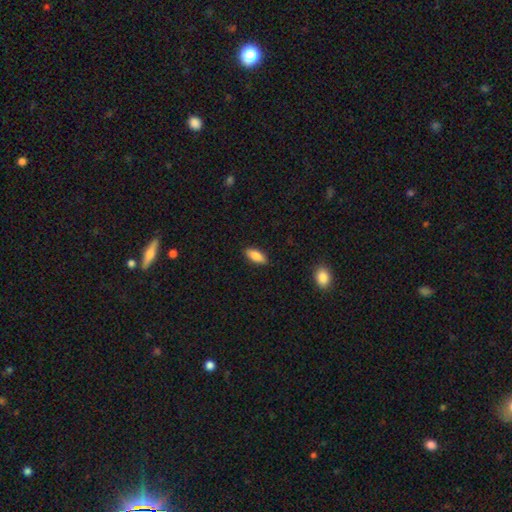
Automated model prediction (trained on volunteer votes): smooth 85%, featured or disk 8%, star or artifact 6%. Down the decision tree: how rounded — in between (79%); merging — none (87%).